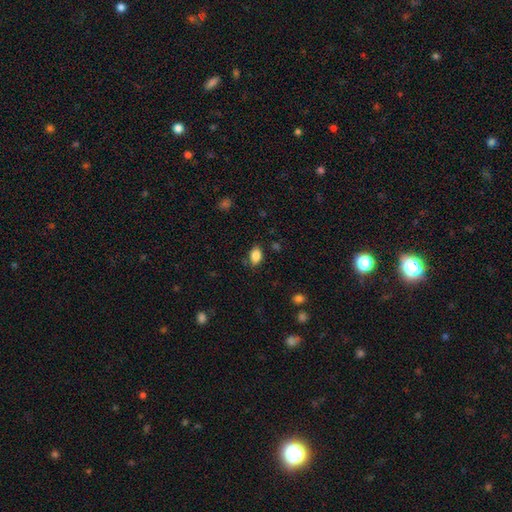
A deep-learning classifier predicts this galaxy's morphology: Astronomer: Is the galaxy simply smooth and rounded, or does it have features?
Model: smooth — 86%.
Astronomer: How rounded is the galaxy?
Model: in between — 84%.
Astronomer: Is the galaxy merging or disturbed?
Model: none — 80%.